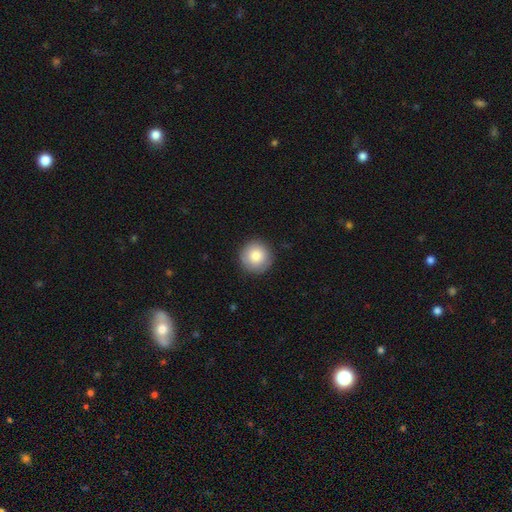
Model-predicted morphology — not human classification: Overall: smooth (84%). How rounded: round (95%). Merging: none (91%).